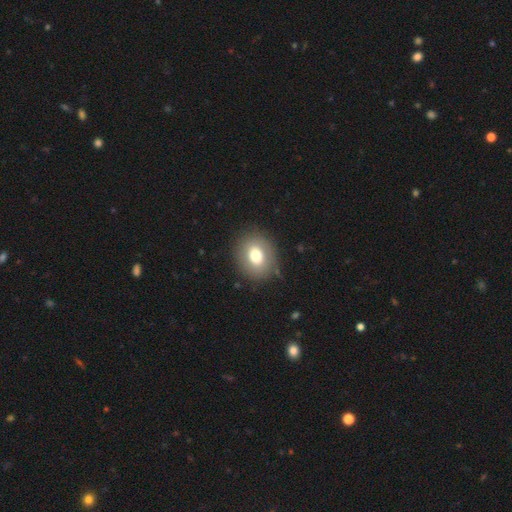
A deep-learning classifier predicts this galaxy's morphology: smooth-or-featured: smooth: 73% | featured or disk: 18% | star or artifact: 9%
  how-rounded: round: 57% | in between: 42% | cigar-shaped: 1%
  merging: none: 85% | minor disturbance: 10% | major disturbance: 4% | merger: 1%